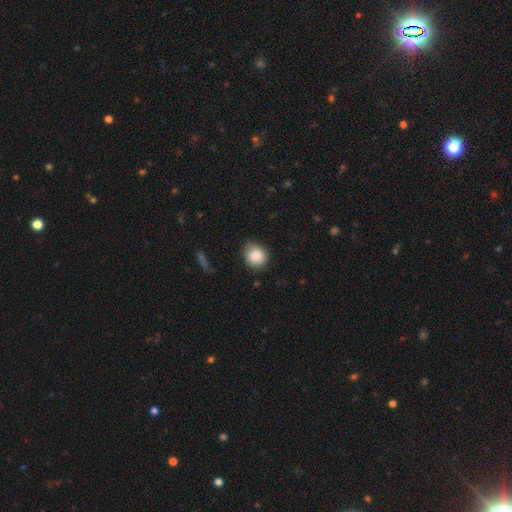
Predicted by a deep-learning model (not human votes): A smooth galaxy with no disk features (87%) that is round (78%). Merging: none (76%).